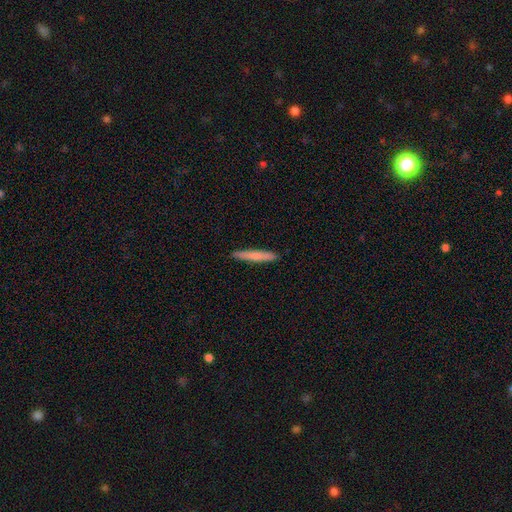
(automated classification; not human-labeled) Smooth or featured? smooth (73%)
How rounded? cigar-shaped (96%)
Merging? none (91%)